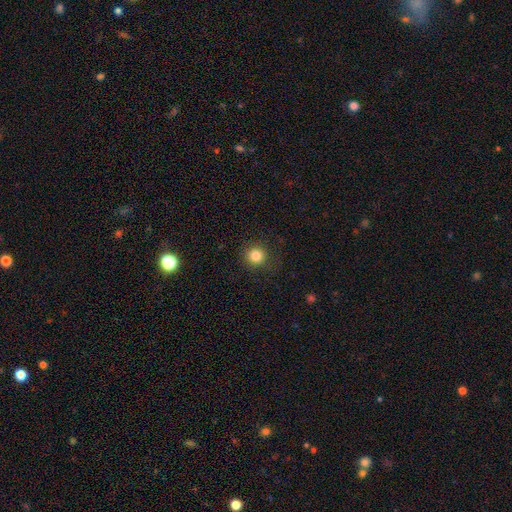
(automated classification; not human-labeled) Smooth or featured? smooth (83%)
How rounded? round (94%)
Merging? none (88%)